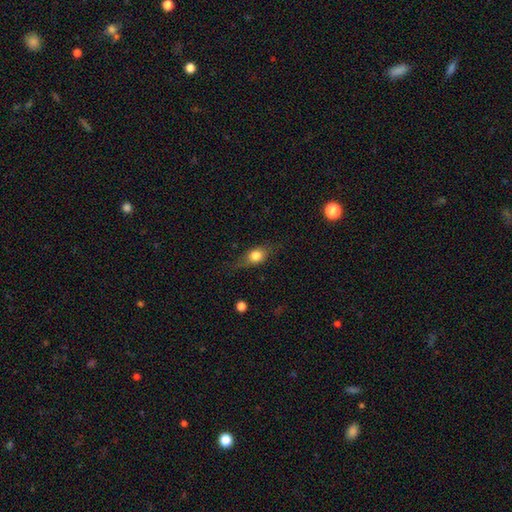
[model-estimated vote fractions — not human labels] Smooth or featured? smooth (65%)
How rounded? in between (59%)
Merging? none (68%)